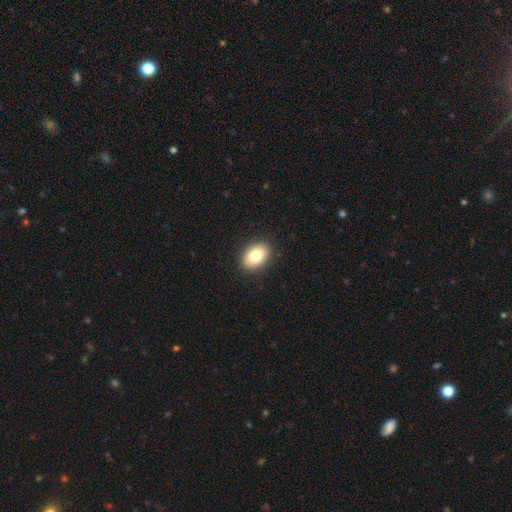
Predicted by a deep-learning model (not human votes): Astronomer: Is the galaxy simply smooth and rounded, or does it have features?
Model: smooth — 81%.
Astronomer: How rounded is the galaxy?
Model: in between — 81%.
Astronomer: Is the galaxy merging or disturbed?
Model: none — 90%.